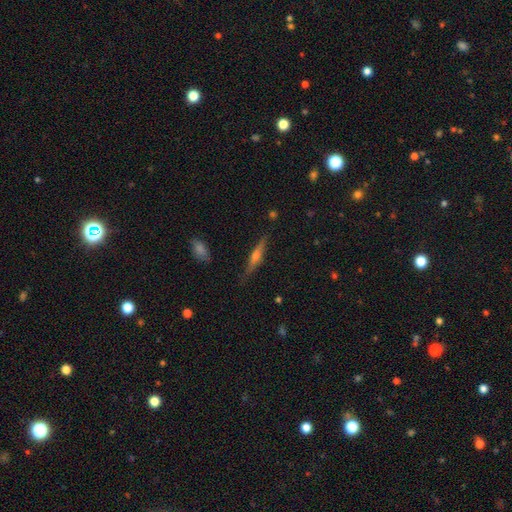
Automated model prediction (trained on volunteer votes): Smooth or featured? Predicted: featured or disk (p=0.63). Edge-on disk? Predicted: yes (p=0.96). Edge-on bulge? Predicted: rounded (p=0.83). Merging? Predicted: none (p=0.84).